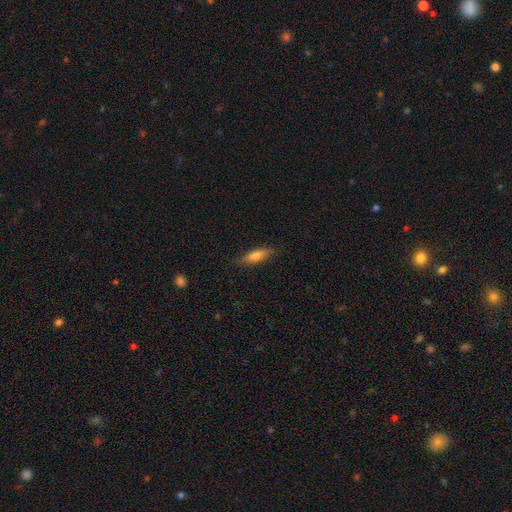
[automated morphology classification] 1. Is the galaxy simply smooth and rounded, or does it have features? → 67% smooth, 26% featured or disk, 7% star or artifact.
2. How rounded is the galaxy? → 60% cigar-shaped, 38% in between, 2% round.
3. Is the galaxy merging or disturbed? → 82% none, 14% minor disturbance, 3% major disturbance, 1% merger.